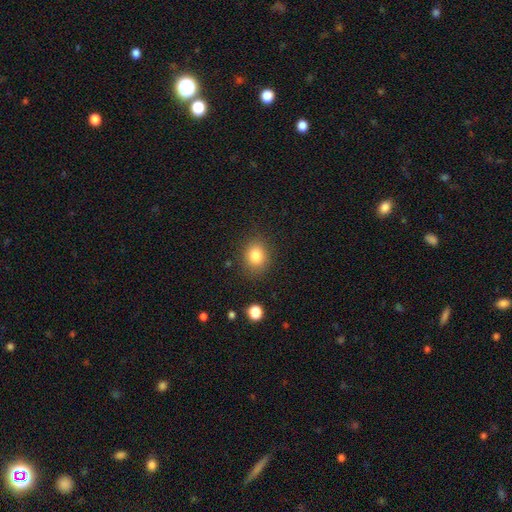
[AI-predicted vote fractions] Smooth or featured: smooth — 83% (star or artifact — 11%)
How rounded: round — 59% (in between — 40%)
Merging: none — 84% (minor disturbance — 11%)